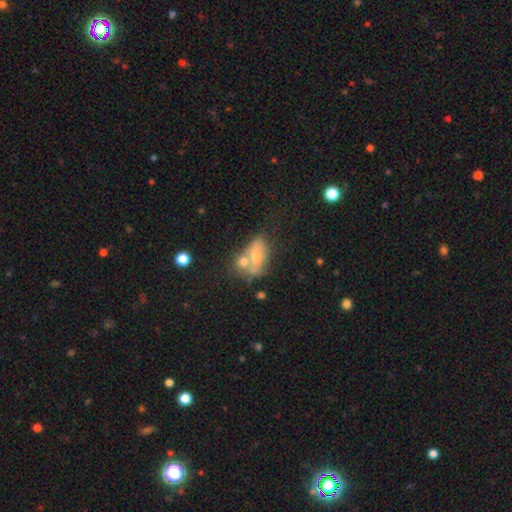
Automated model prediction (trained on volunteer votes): smooth-or-featured: smooth: 52% | featured or disk: 36% | star or artifact: 12%
  how-rounded: in between: 77% | round: 16% | cigar-shaped: 7%
  merging: merger: 50% | none: 30% | minor disturbance: 12% | major disturbance: 8%